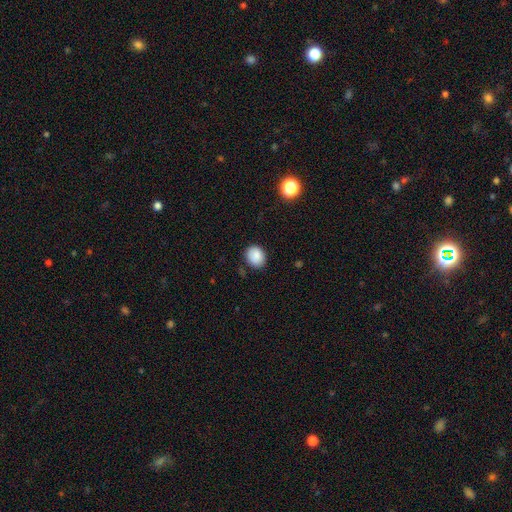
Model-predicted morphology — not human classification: smooth_or_featured: smooth (p=0.86) [alt: star or artifact p=0.09]
how_rounded: round (p=0.58) [alt: in between p=0.41]
merging: none (p=0.81) [alt: minor disturbance p=0.14]